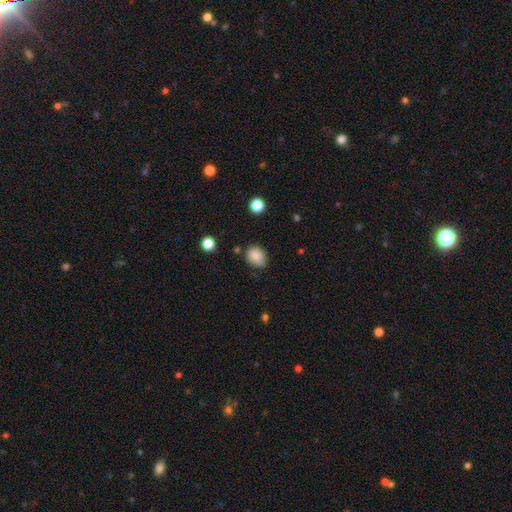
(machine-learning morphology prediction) Overall: smooth (84%). How rounded: round (55%; in between 44%). Merging: none (64%; minor disturbance 27%).